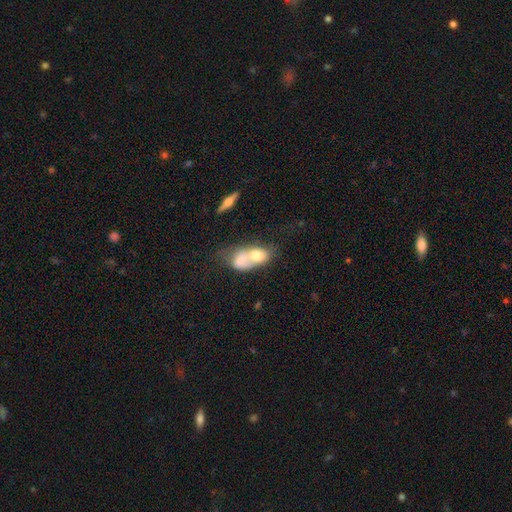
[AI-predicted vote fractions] Q: Smooth or featured?
A: smooth (63%); runner-up: featured or disk (29%)
Q: How rounded?
A: in between (68%); runner-up: round (28%)
Q: Merging?
A: merger (79%); runner-up: none (11%)